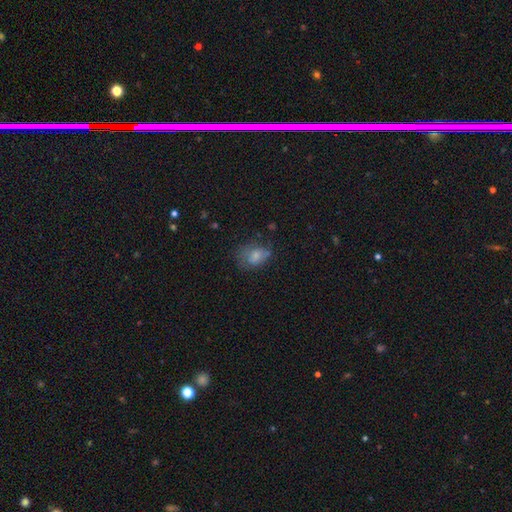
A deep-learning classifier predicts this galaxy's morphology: Smooth or featured?
  - smooth: 67% *
  - featured or disk: 22%
  - star or artifact: 11%
How rounded?
  - in between: 68% *
  - round: 31%
  - cigar-shaped: 1%
Merging?
  - none: 44% *
  - minor disturbance: 29%
  - major disturbance: 23%
  - merger: 4%